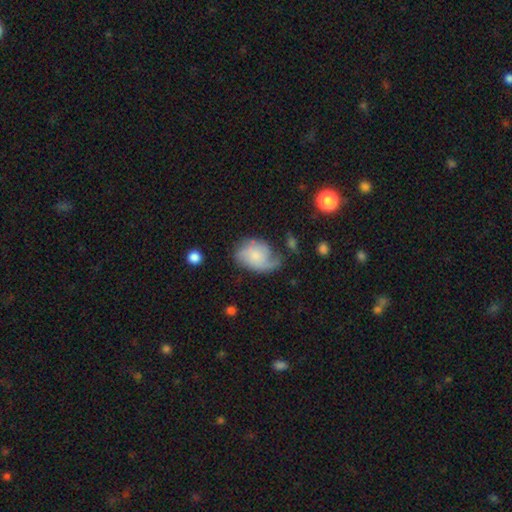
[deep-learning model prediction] Smooth or featured?
  - featured or disk: 50% *
  - smooth: 43%
  - star or artifact: 7%
Edge-on disk?
  - no: 97% *
  - yes: 3%
Merging?
  - none: 40% *
  - minor disturbance: 31%
  - major disturbance: 25%
  - merger: 4%